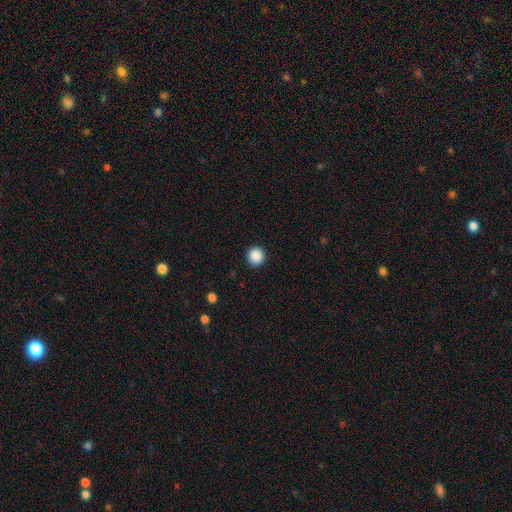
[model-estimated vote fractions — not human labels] A smooth galaxy with no disk features (88%) that is round (94%).

Vote fractions:
- Smooth or featured? smooth: 88% / star or artifact: 9% / featured or disk: 3%
- How rounded? round: 94% / in between: 5% / cigar-shaped: 1%
- Merging? none: 93% / minor disturbance: 5% / major disturbance: 2% / merger: 1%